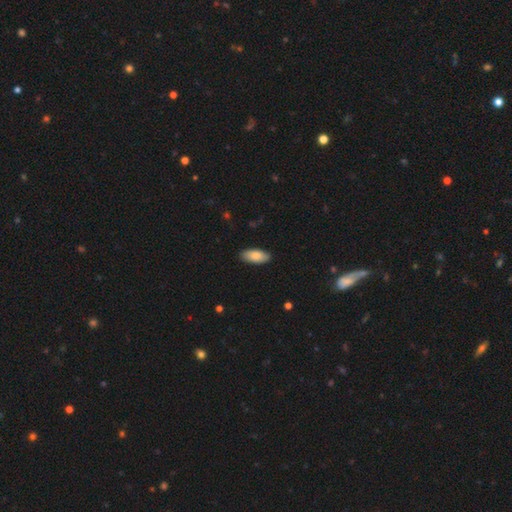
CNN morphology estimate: The model was most divided on "smooth or featured": smooth: 86%, featured or disk: 9%, star or artifact: 6%. More confident: merging — none (89%); how rounded — in between (89%).